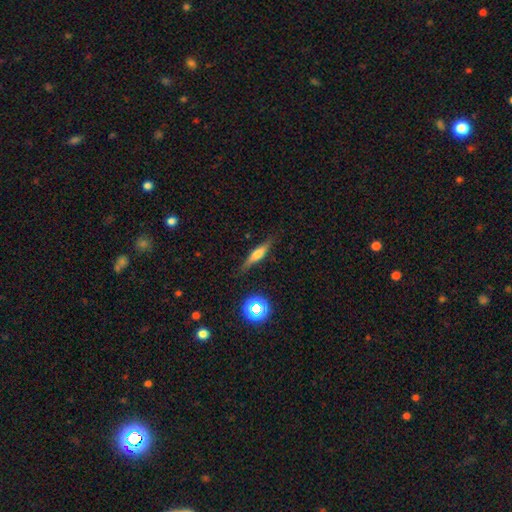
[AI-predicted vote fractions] Morphology: type=smooth (48%); merging=none (81%).